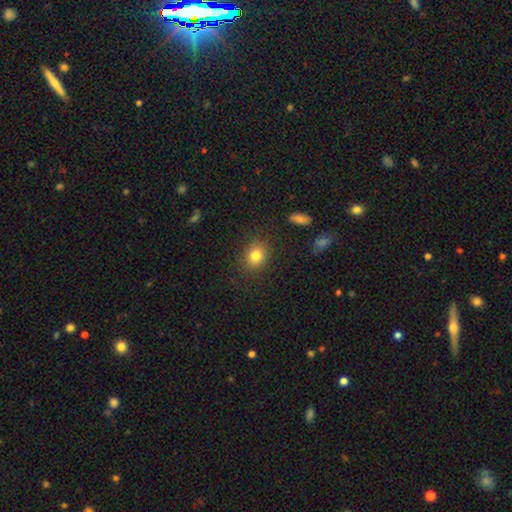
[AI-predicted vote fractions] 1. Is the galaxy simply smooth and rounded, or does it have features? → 81% smooth, 11% star or artifact, 8% featured or disk.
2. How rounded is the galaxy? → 62% round, 37% in between, 1% cigar-shaped.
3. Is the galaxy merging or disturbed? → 84% none, 11% minor disturbance, 3% major disturbance, 1% merger.